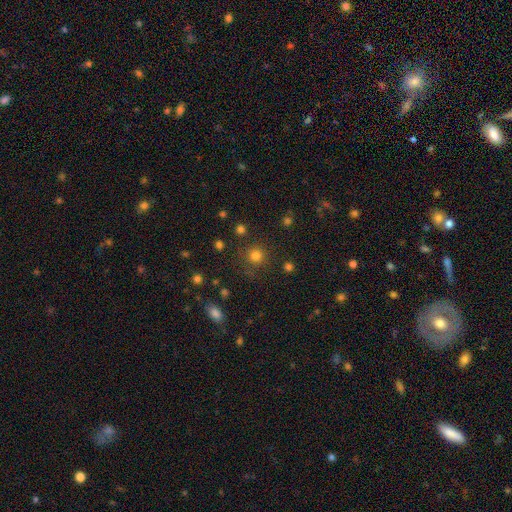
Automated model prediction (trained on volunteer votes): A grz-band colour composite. It shows a smooth galaxy with no disk features (79%) that is round (94%). Merging: none (85%).